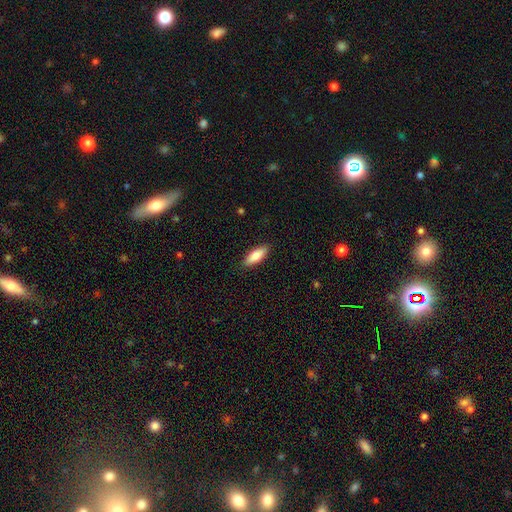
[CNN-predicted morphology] smooth_or_featured: smooth (p=0.78) [alt: featured or disk p=0.16]
how_rounded: in between (p=0.64) [alt: cigar-shaped p=0.34]
merging: none (p=0.88) [alt: minor disturbance p=0.09]